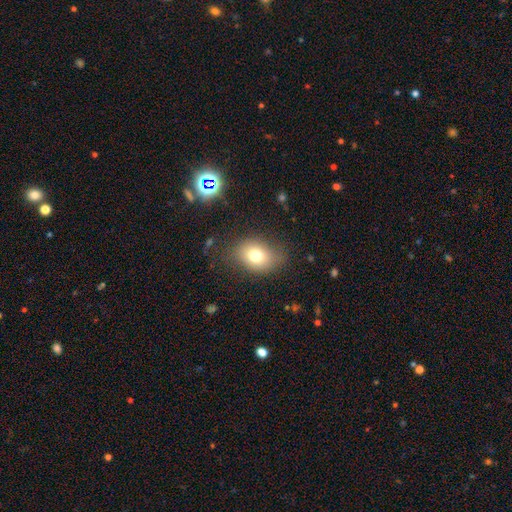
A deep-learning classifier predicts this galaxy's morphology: Overall: smooth (75%). How rounded: in between (67%; round 31%). Merging: none (74%).